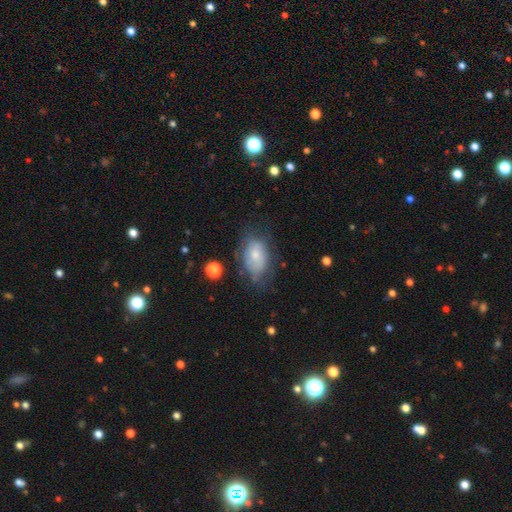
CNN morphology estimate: A smooth galaxy with no disk features (61%) that is in between round and cigar-shaped (85%). Merging: none (49%).